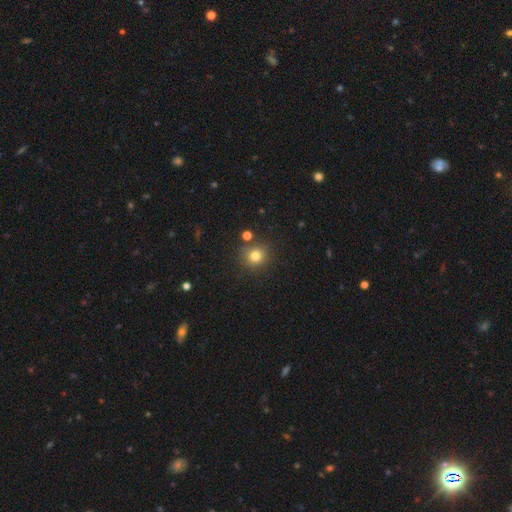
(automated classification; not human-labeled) Smooth or featured? smooth (80%)
How rounded? round (85%)
Merging? none (80%)